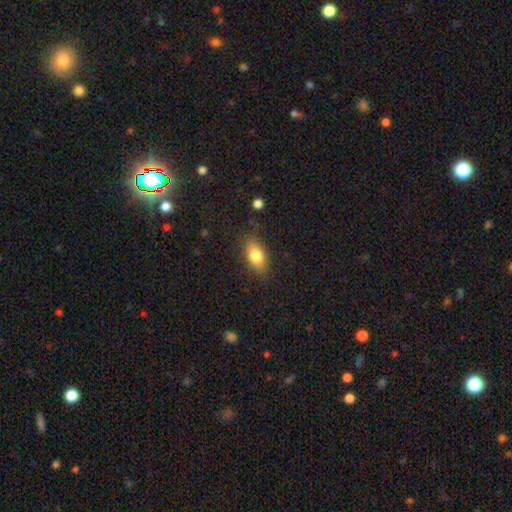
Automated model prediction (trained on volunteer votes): Overall: smooth (79%). How rounded: in between (86%). Merging: none (81%).